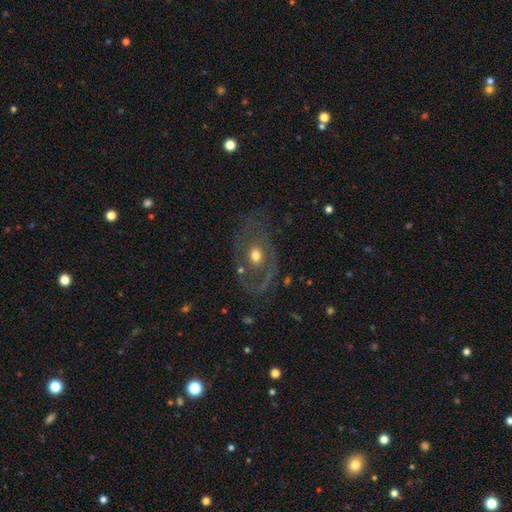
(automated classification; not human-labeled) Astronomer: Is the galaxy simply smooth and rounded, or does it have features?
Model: featured or disk — 63%.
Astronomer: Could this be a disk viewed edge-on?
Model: no — 94%.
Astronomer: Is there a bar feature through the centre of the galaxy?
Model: no — 82%.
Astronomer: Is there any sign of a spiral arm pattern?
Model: no — 52% (runner-up: yes, 48%).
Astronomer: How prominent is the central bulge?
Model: moderate — 70%.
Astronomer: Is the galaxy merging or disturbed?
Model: none — 63%.